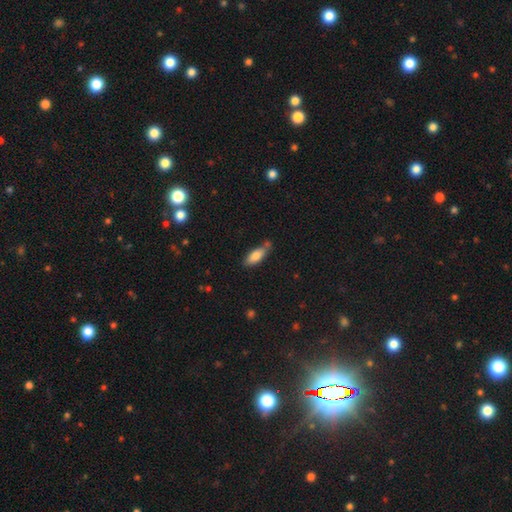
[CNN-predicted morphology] A smooth galaxy with no disk features (79%) that is in between round and cigar-shaped (70%).

Vote fractions:
- Smooth or featured? smooth: 79% / featured or disk: 14% / star or artifact: 7%
- How rounded? in between: 70% / cigar-shaped: 28% / round: 2%
- Merging? none: 61% / minor disturbance: 22% / merger: 12% / major disturbance: 5%